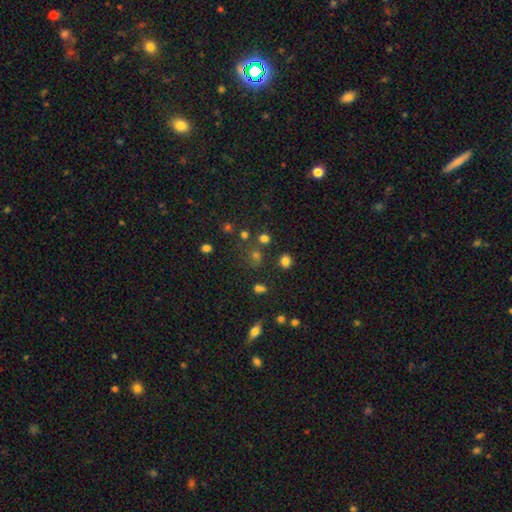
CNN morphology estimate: Smooth or featured? Predicted: smooth (p=0.55). How rounded? Predicted: round (p=0.82). Merging? Predicted: none (p=0.74).